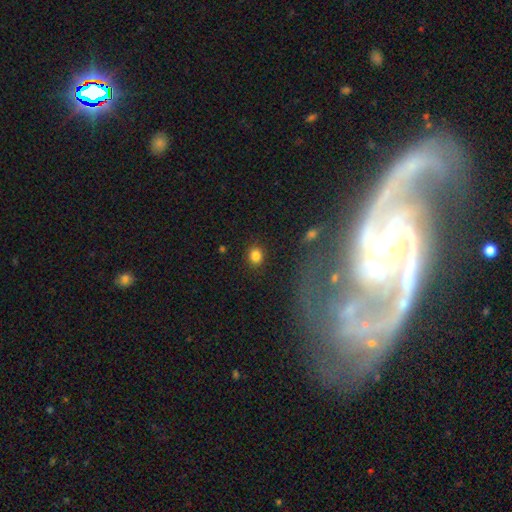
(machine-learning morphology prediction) smooth_or_featured: smooth (p=0.84) [alt: star or artifact p=0.11]
how_rounded: round (p=0.72) [alt: in between p=0.27]
merging: none (p=0.89) [alt: minor disturbance p=0.07]